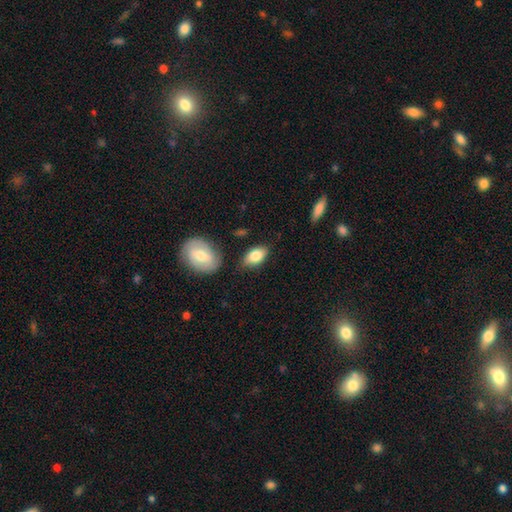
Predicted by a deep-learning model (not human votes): Smooth or featured?
  - smooth: 82% *
  - featured or disk: 12%
  - star or artifact: 6%
How rounded?
  - in between: 92% *
  - round: 5%
  - cigar-shaped: 3%
Merging?
  - none: 75% *
  - minor disturbance: 17%
  - merger: 5%
  - major disturbance: 4%